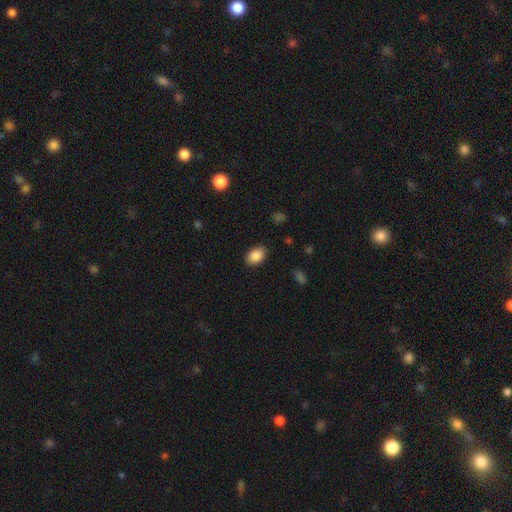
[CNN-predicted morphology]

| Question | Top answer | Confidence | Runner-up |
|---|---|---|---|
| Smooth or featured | smooth | 88% | star or artifact (8%) |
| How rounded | in between | 84% | round (15%) |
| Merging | none | 88% | minor disturbance (9%) |